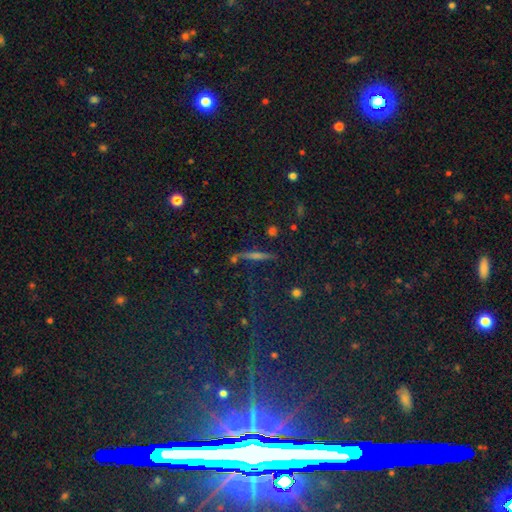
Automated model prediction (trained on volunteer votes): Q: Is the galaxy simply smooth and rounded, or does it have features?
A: featured or disk — 52%.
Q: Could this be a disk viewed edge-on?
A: yes — 92%.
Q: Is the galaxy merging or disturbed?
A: none — 82%.